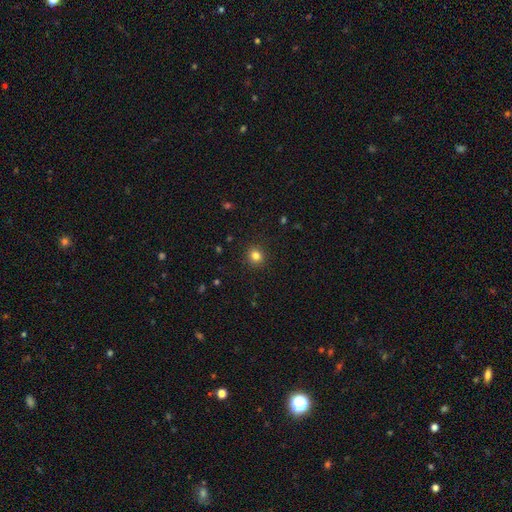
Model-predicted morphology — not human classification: Smooth or featured?
  - smooth: 83% *
  - star or artifact: 12%
  - featured or disk: 5%
How rounded?
  - round: 89% *
  - in between: 10%
  - cigar-shaped: 1%
Merging?
  - none: 91% *
  - minor disturbance: 6%
  - major disturbance: 2%
  - merger: 1%